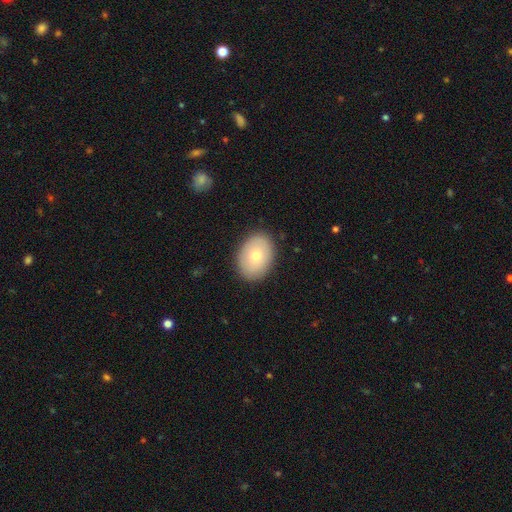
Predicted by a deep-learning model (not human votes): Morphology: type=smooth (72%); roundness=in between (75%); merging=none (88%).